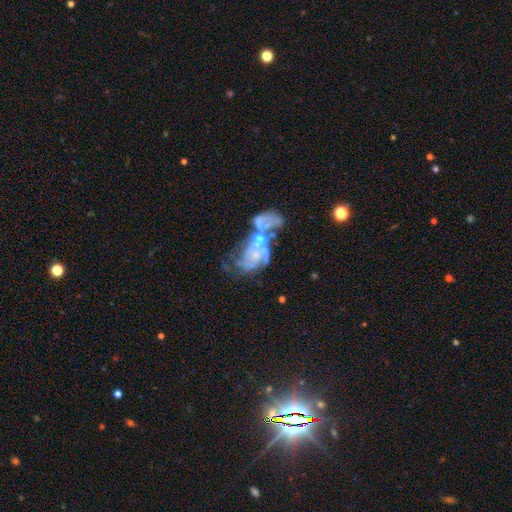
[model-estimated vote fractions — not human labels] smooth-or-featured: featured or disk: 70% | smooth: 17% | star or artifact: 13%
  disk-edge-on: no: 98% | yes: 2%
    bar: no: 88% | weak: 9% | strong: 3%
    has-spiral-arms: no: 76% | yes: 24%
    bulge-size: none: 41% | moderate: 27% | small: 26% | large: 4% | dominant: 2%
  merging: merger: 44% | major disturbance: 29% | none: 16% | minor disturbance: 11%